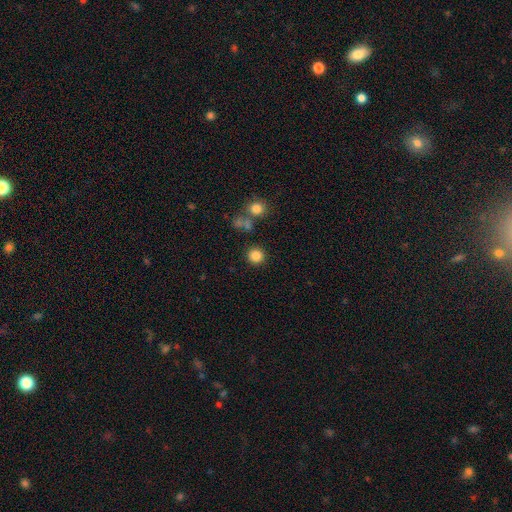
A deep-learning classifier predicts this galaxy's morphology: A smooth galaxy with no disk features (84%) that is round (94%).

Vote fractions:
- Smooth or featured? smooth: 84% / star or artifact: 12% / featured or disk: 5%
- How rounded? round: 94% / in between: 5% / cigar-shaped: 1%
- Merging? none: 88% / minor disturbance: 6% / merger: 4% / major disturbance: 3%